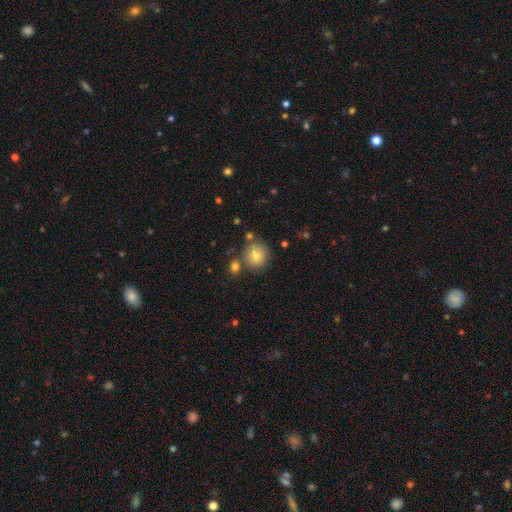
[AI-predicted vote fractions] Smooth or featured?
  - smooth: 76% *
  - featured or disk: 13%
  - star or artifact: 11%
How rounded?
  - round: 92% *
  - in between: 7%
  - cigar-shaped: 1%
Merging?
  - none: 77% *
  - minor disturbance: 10%
  - merger: 10%
  - major disturbance: 3%